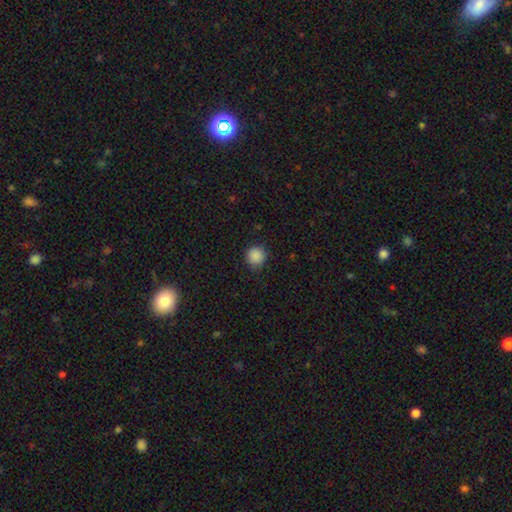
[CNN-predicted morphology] type=smooth (88%); roundness=round (93%); merging=none (86%).